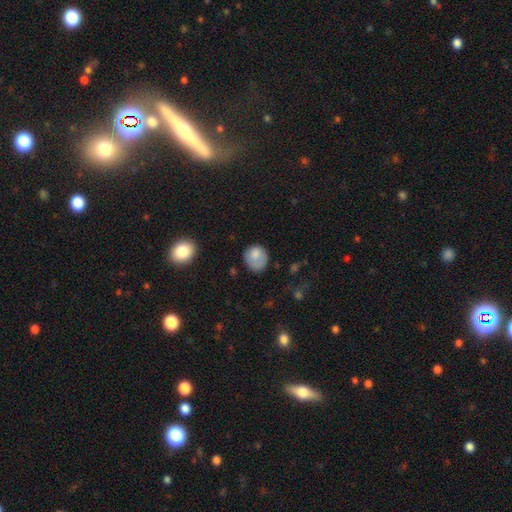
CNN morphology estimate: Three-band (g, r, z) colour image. It shows a smooth galaxy with no disk features (79%) that is round (75%). Merging: none (58%).